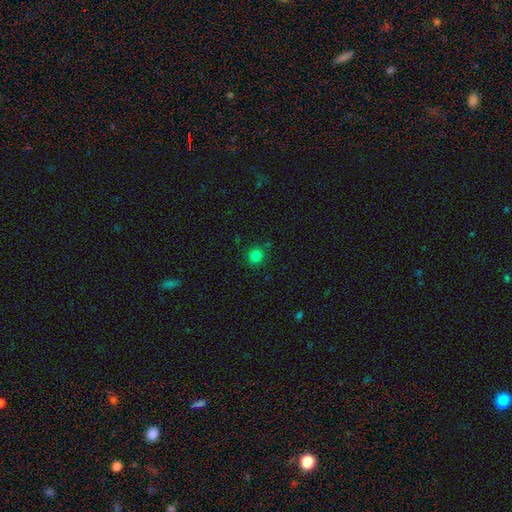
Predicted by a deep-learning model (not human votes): Smooth or featured: smooth — 80% (star or artifact — 16%)
How rounded: round — 82% (in between — 17%)
Merging: none — 83% (minor disturbance — 10%)